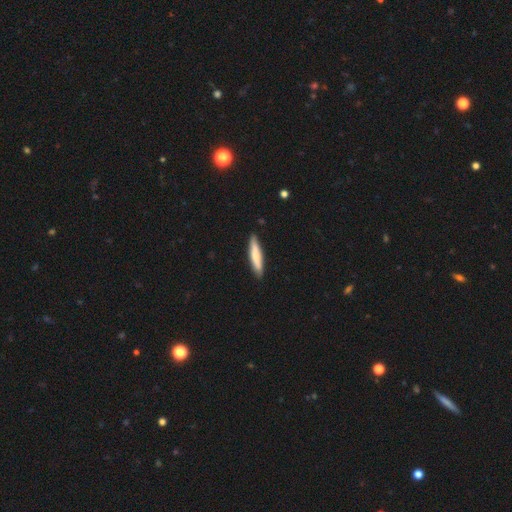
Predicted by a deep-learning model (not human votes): Morphology: type=smooth (70%); roundness=cigar-shaped (87%); merging=none (88%).